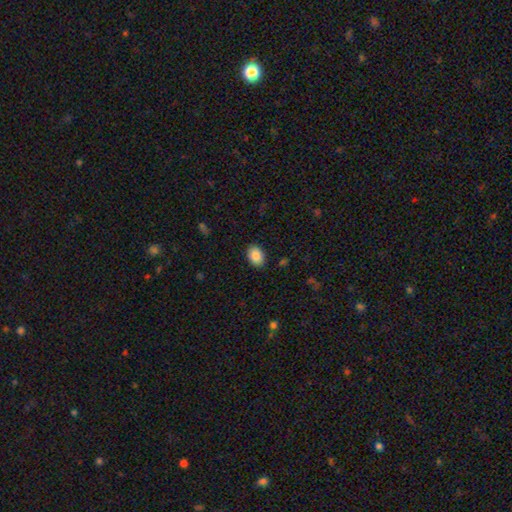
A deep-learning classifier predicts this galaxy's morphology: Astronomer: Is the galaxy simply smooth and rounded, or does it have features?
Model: smooth — 88%.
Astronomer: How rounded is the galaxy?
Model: in between — 80%.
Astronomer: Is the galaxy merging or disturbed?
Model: none — 88%.